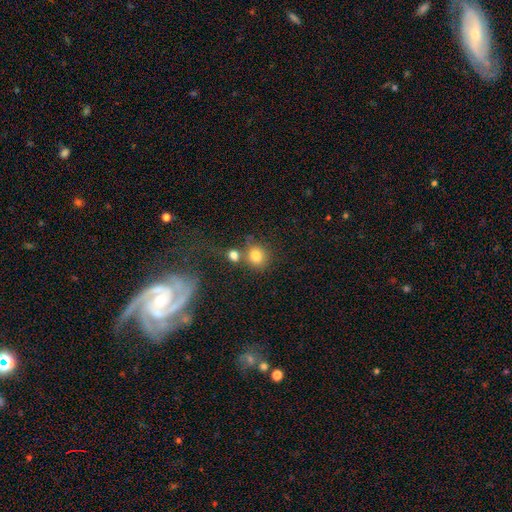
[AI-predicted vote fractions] Q: Smooth or featured?
A: smooth (80%); runner-up: star or artifact (12%)
Q: How rounded?
A: round (81%); runner-up: in between (18%)
Q: Merging?
A: none (58%); runner-up: merger (26%)